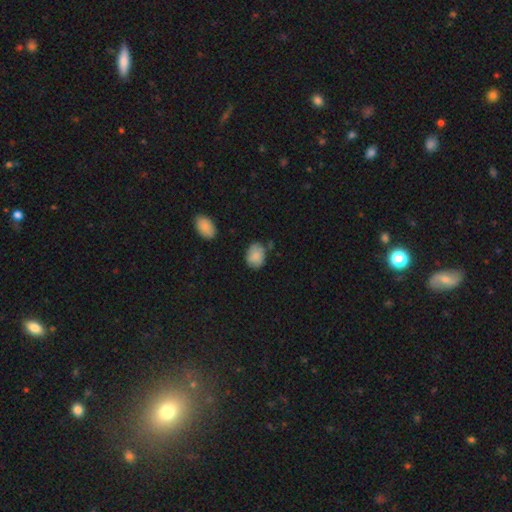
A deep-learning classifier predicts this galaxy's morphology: Q: Smooth or featured?
A: smooth (81%); runner-up: featured or disk (12%)
Q: How rounded?
A: in between (68%); runner-up: round (31%)
Q: Merging?
A: none (69%); runner-up: minor disturbance (23%)